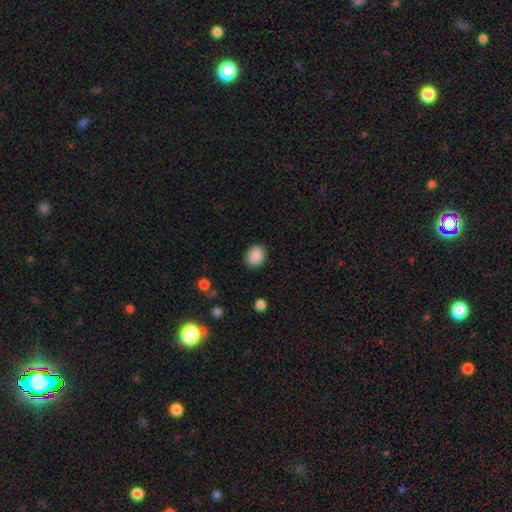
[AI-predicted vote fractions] smooth_or_featured: smooth (p=0.89) [alt: star or artifact p=0.08]
how_rounded: in between (p=0.51) [alt: round p=0.49]
merging: none (p=0.87) [alt: minor disturbance p=0.10]